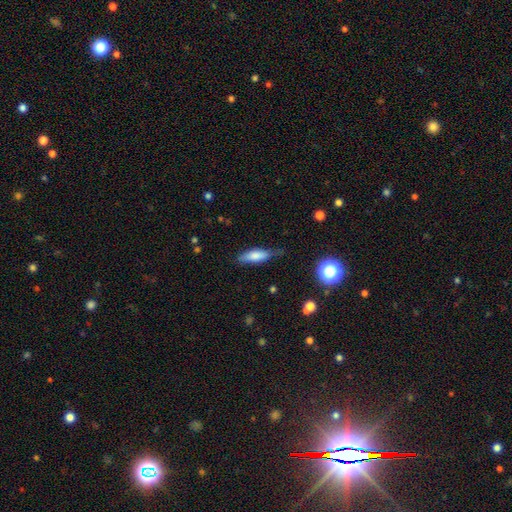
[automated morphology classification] The model was most divided on "how rounded": in between: 56%, cigar-shaped: 42%, round: 2%. More confident: smooth or featured — smooth (70%); merging — none (61%).